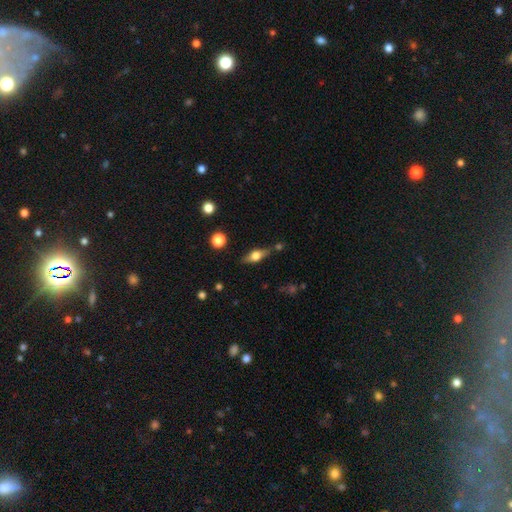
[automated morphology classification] Smooth or featured: featured or disk — 49% (smooth — 43%)
Merging: none — 73% (minor disturbance — 16%)